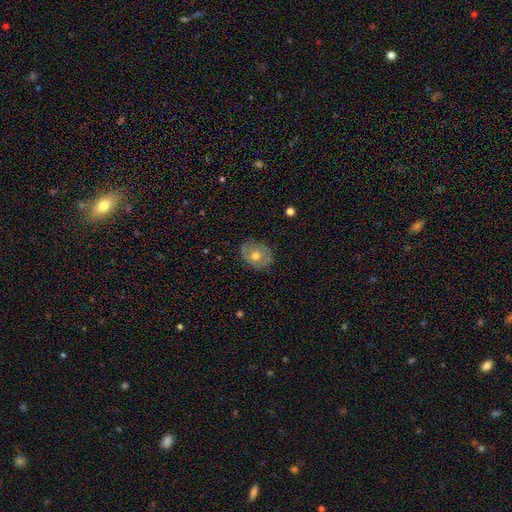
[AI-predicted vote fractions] Smooth or featured?
  - smooth: 46% *
  - featured or disk: 44%
  - star or artifact: 10%
Merging?
  - none: 78% *
  - minor disturbance: 17%
  - major disturbance: 4%
  - merger: 1%